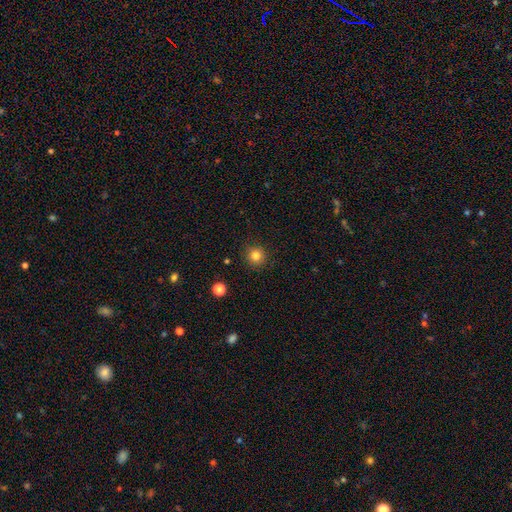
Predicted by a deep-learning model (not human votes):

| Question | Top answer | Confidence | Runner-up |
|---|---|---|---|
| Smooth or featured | smooth | 82% | star or artifact (12%) |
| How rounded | round | 94% | in between (5%) |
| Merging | none | 90% | minor disturbance (7%) |